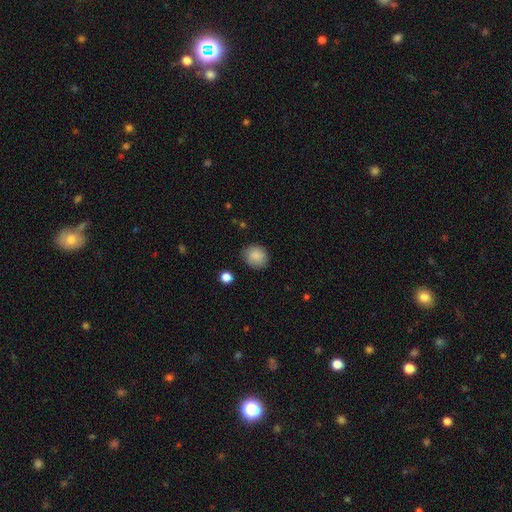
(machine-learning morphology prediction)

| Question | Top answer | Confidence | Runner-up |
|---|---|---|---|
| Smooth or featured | smooth | 86% | star or artifact (8%) |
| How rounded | round | 78% | in between (22%) |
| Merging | none | 82% | minor disturbance (13%) |